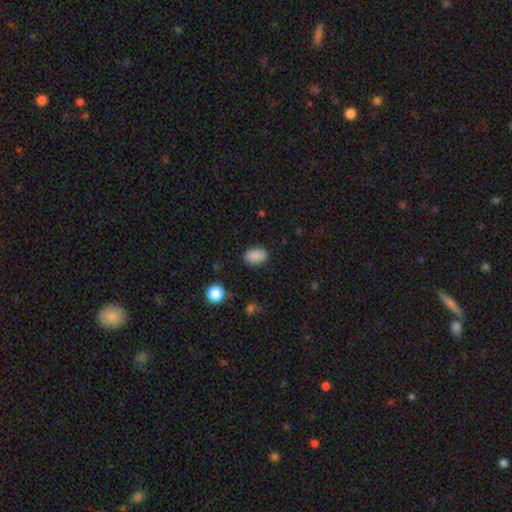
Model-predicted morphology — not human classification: type=smooth (88%); roundness=in between (85%); merging=none (86%).